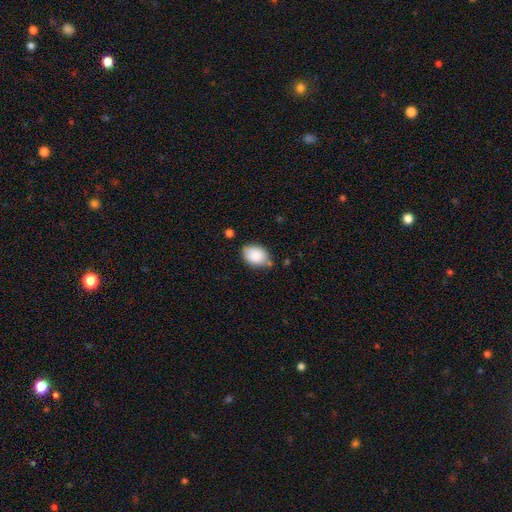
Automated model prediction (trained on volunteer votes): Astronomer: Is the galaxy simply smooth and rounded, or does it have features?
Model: smooth — 87%.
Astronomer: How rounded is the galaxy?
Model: in between — 82%.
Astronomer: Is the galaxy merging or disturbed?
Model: none — 71%.